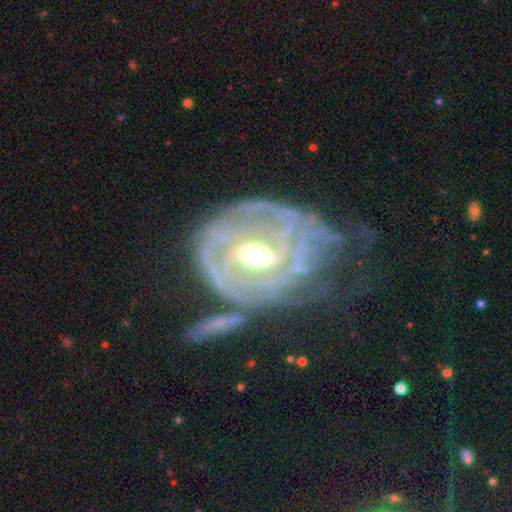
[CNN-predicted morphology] Smooth or featured?
  - featured or disk: 89% *
  - smooth: 6%
  - star or artifact: 5%
Edge-on disk?
  - no: 97% *
  - yes: 3%
Bar?
  - strong: 41% * (tied)
  - weak: 41% * (tied)
  - no: 18%
Spiral arms?
  - yes: 95% *
  - no: 5%
Spiral winding?
  - tight: 65% *
  - medium: 26%
  - loose: 8%
Spiral arm count?
  - 2: 38% *
  - 3: 20%
  - can't tell: 19%
  - 4: 9%
  - 1: 7%
  - more than 4: 7%
Bulge size?
  - moderate: 70% *
  - small: 19%
  - large: 8%
  - none: 1%
  - dominant: 1%
Merging?
  - none: 52% *
  - minor disturbance: 23%
  - major disturbance: 18%
  - merger: 7%